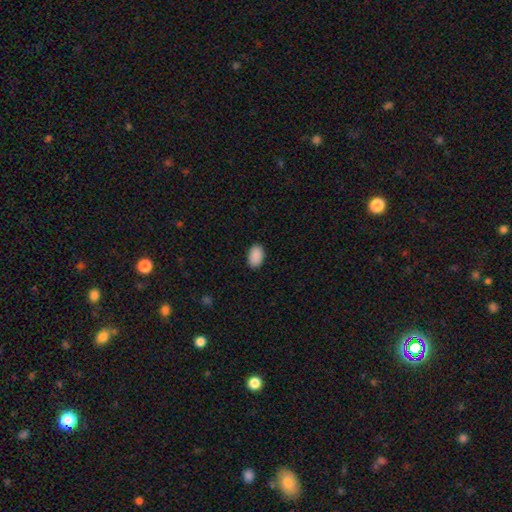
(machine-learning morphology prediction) smooth_or_featured: smooth (p=0.91) [alt: star or artifact p=0.07]
how_rounded: in between (p=0.91) [alt: round p=0.08]
merging: none (p=0.88) [alt: minor disturbance p=0.09]